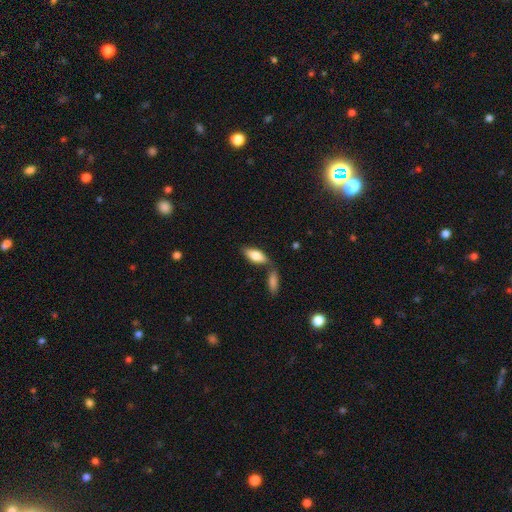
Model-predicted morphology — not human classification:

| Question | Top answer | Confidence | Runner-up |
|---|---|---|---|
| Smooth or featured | smooth | 75% | featured or disk (19%) |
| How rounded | in between | 76% | cigar-shaped (22%) |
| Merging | none | 58% | merger (23%) |